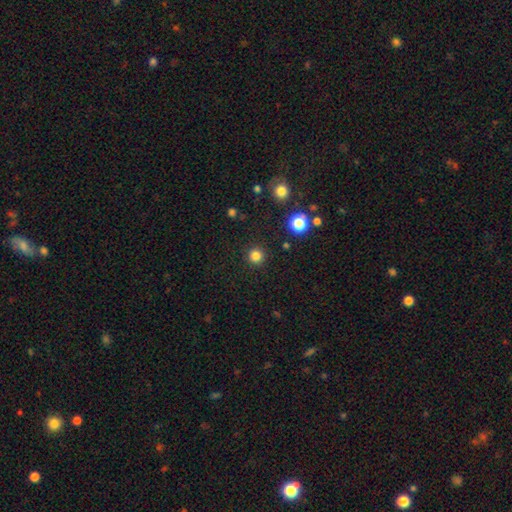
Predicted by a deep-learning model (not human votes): Morphology: type=smooth (82%); roundness=round (96%); merging=none (92%).